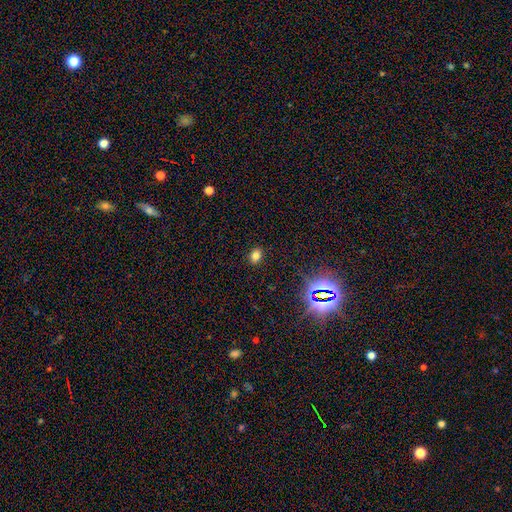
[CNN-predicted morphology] Smooth or featured?
  - smooth: 77% *
  - star or artifact: 17%
  - featured or disk: 6%
How rounded?
  - in between: 64% *
  - round: 35%
  - cigar-shaped: 1%
Merging?
  - none: 89% *
  - minor disturbance: 8%
  - major disturbance: 2%
  - merger: 1%